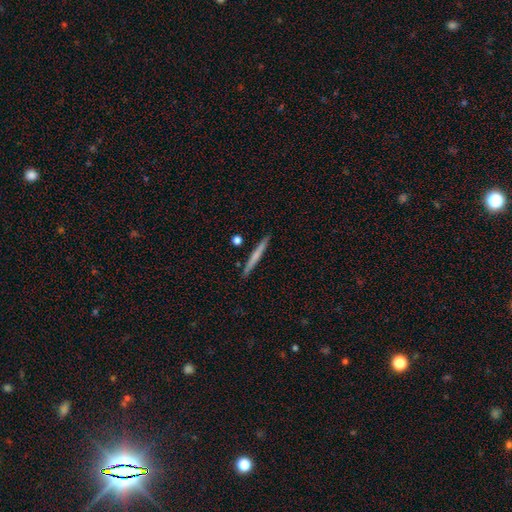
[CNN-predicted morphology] This appears to be a smooth galaxy with no disk features (60%) that is cigar-shaped (96%). Merging: none (90%).